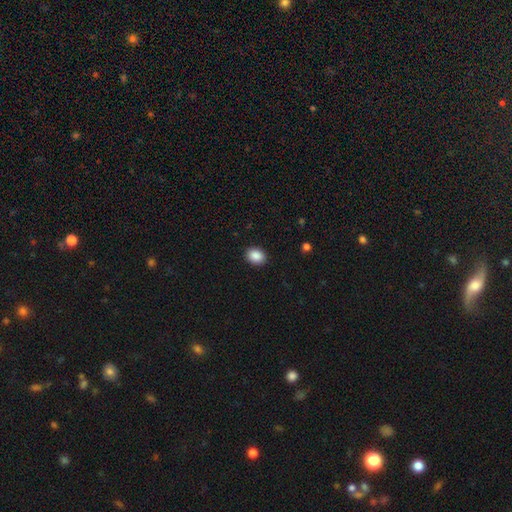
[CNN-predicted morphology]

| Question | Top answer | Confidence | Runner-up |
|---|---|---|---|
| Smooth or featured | smooth | 89% | star or artifact (8%) |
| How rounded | in between | 57% | round (42%) |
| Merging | none | 90% | minor disturbance (7%) |